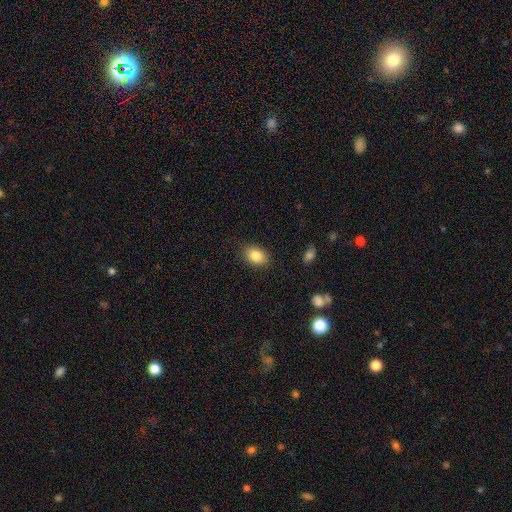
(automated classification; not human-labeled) A smooth galaxy with no disk features (85%) that is in between round and cigar-shaped (78%). Merging: none (86%).